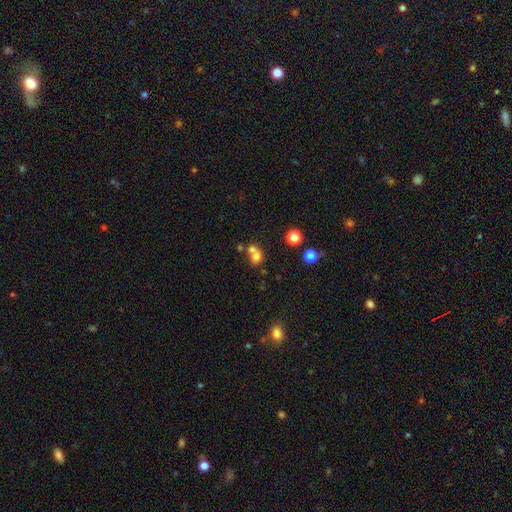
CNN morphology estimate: Smooth or featured? smooth (70%)
How rounded? round (72%)
Merging? merger (54%)